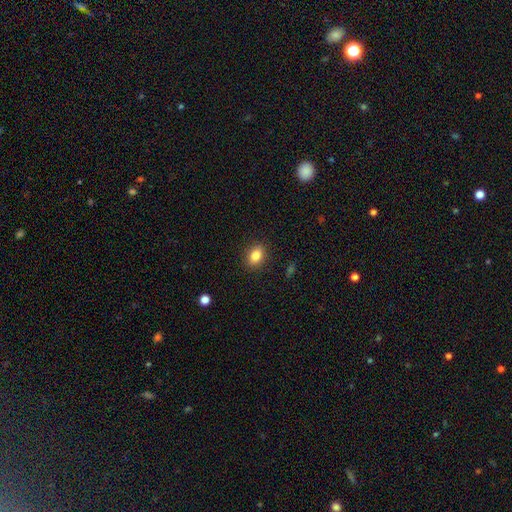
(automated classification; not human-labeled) smooth_or_featured: smooth (p=0.85) [alt: star or artifact p=0.09]
how_rounded: in between (p=0.72) [alt: round p=0.26]
merging: none (p=0.89) [alt: minor disturbance p=0.08]